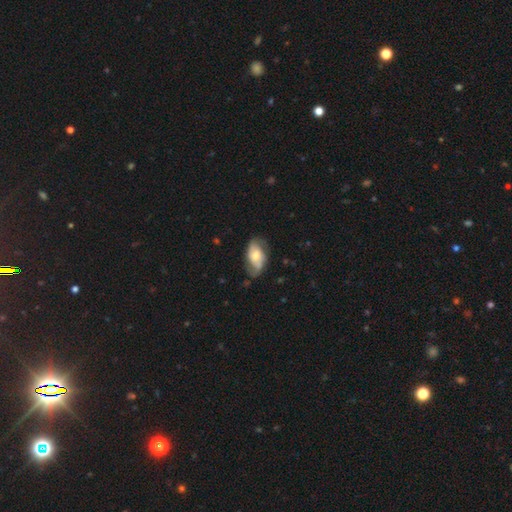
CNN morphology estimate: featured or disk 56%, smooth 37%, star or artifact 6%. Down the decision tree: edge-on disk — no (93%); bar — no (65%); spiral arms — yes (81%); bulge size — moderate (57%); merging — none (62%).